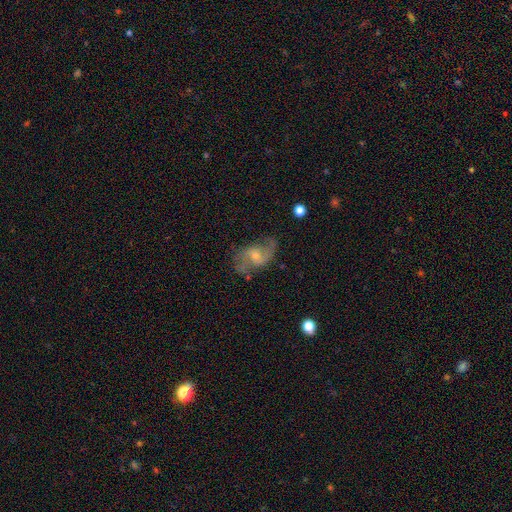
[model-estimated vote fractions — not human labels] This appears to be a featured or disk galaxy (81%) with no bar (55%), 2 (86%) loose (51%) spiral arms (94%) and a small central bulge (53%). Merging: none (68%).